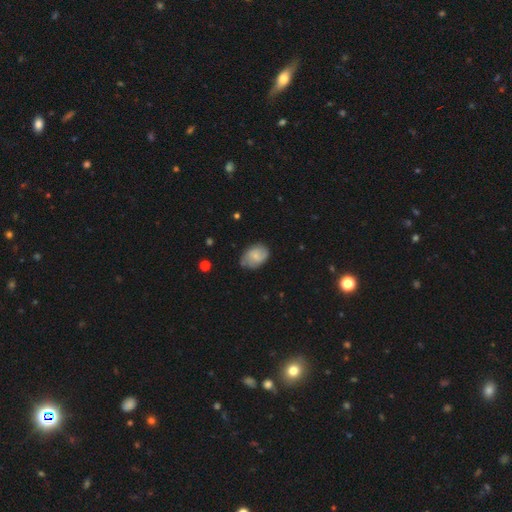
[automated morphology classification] smooth 59%, featured or disk 34%, star or artifact 7%. Down the decision tree: how rounded — in between (73%); merging — none (66%).